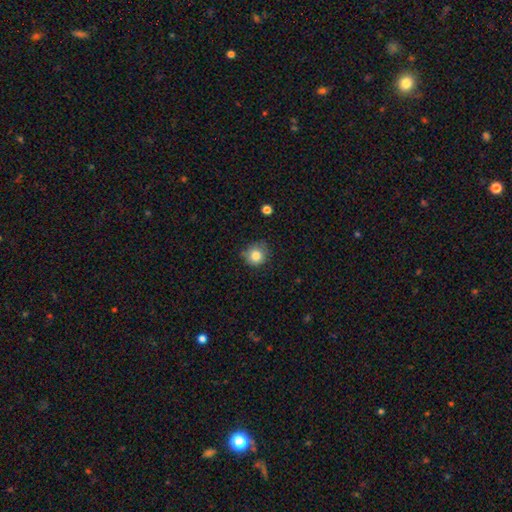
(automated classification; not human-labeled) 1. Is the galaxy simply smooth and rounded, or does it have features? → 83% smooth, 10% star or artifact, 7% featured or disk.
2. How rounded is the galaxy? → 90% round, 9% in between, 1% cigar-shaped.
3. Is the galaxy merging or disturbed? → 73% none, 21% minor disturbance, 4% major disturbance, 2% merger.